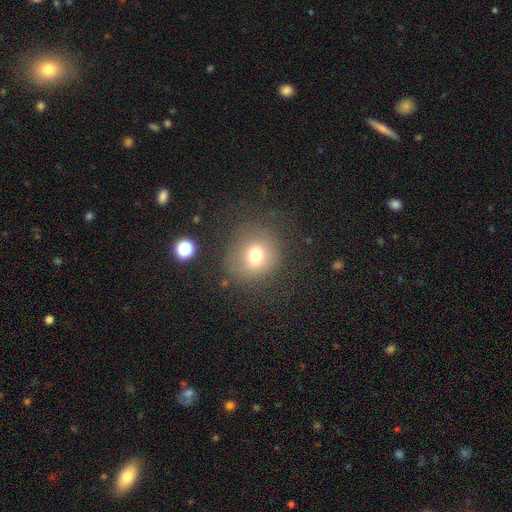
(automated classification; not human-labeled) Overall: smooth (71%). How rounded: round (85%). Merging: none (75%).